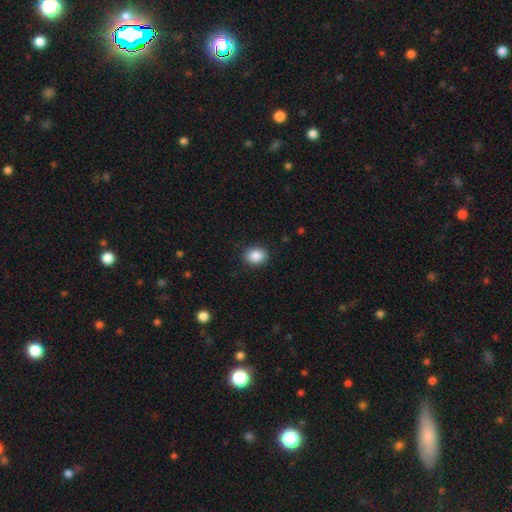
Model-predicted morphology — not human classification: Smooth or featured? smooth (88%)
How rounded? in between (51%)
Merging? none (88%)